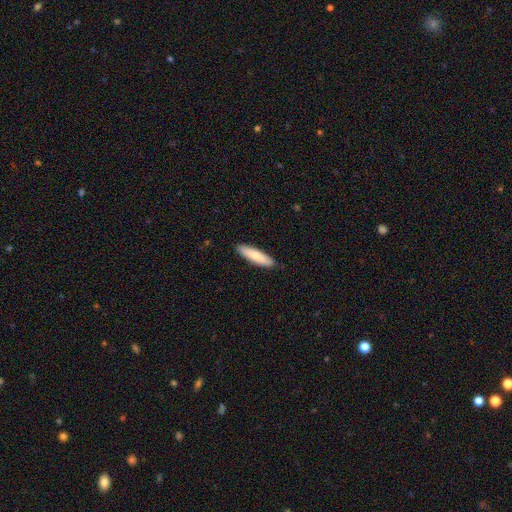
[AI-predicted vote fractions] smooth_or_featured: smooth (p=0.80) [alt: featured or disk p=0.15]
how_rounded: cigar-shaped (p=0.71) [alt: in between p=0.28]
merging: none (p=0.88) [alt: minor disturbance p=0.09]